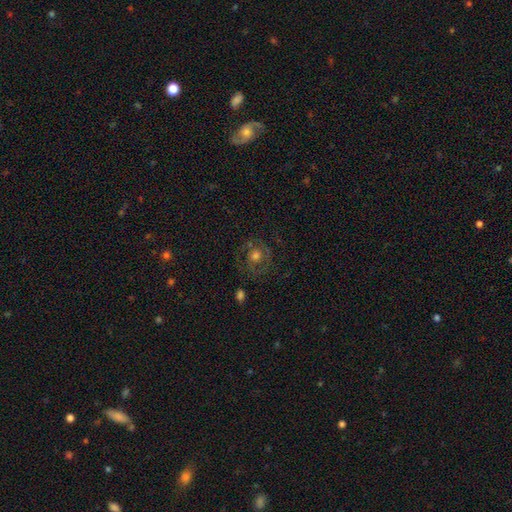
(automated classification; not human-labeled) This appears to be a featured or disk galaxy (53%) with no bar (81%), spiral arms (52%) and a moderate central bulge (62%). Merging: none (75%).